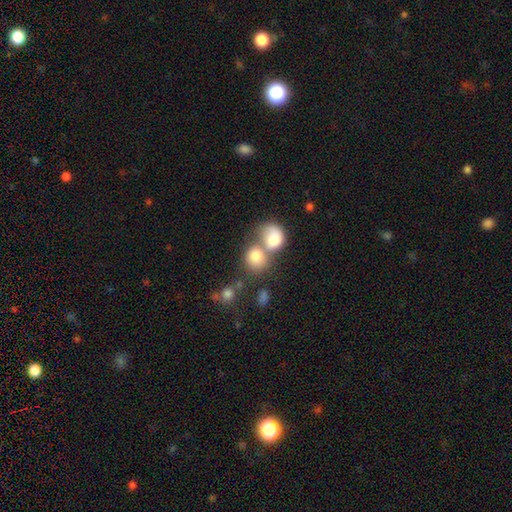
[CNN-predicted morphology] A smooth galaxy with no disk features (78%) that is round (69%). Merging: merger (63%).